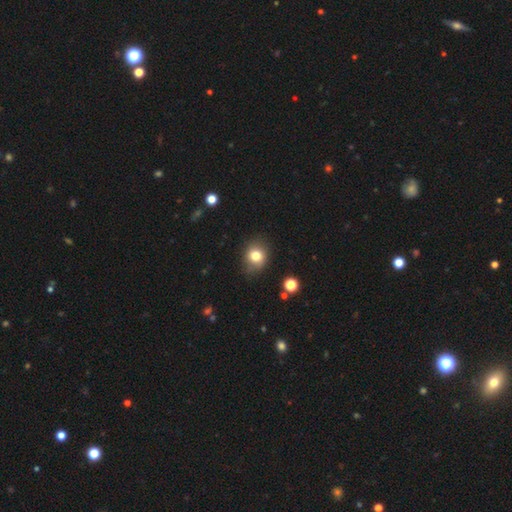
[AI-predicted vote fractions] Overall: smooth (79%). How rounded: round (68%; in between 31%). Merging: none (79%).